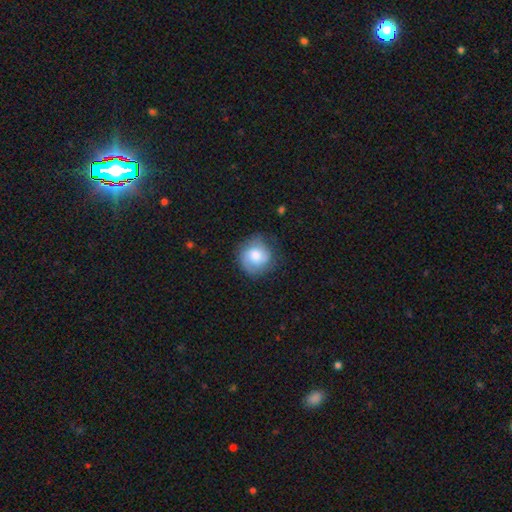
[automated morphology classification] Smooth or featured? Predicted: smooth (p=0.59). How rounded? Predicted: round (p=0.87). Merging? Predicted: none (p=0.70).